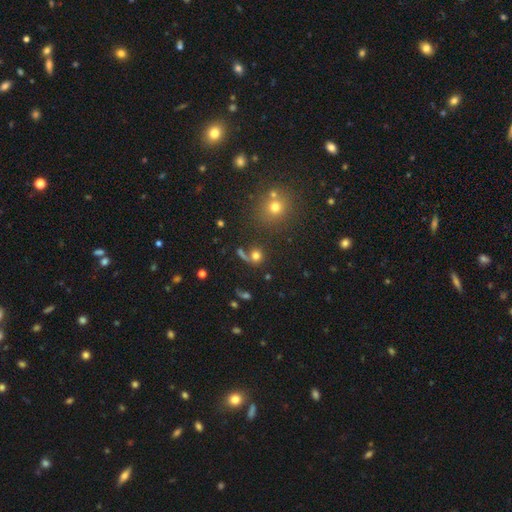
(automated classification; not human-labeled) smooth-or-featured: smooth: 71% | star or artifact: 18% | featured or disk: 11%
  how-rounded: round: 85% | in between: 13% | cigar-shaped: 2%
  merging: none: 63% | merger: 16% | minor disturbance: 11% | major disturbance: 9%